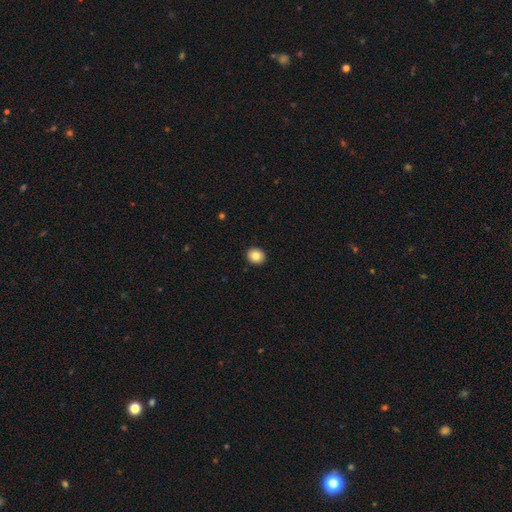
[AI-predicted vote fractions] This is clearly a smooth galaxy (84%). How rounded: likely round (78%). Merging: clearly none (92%).